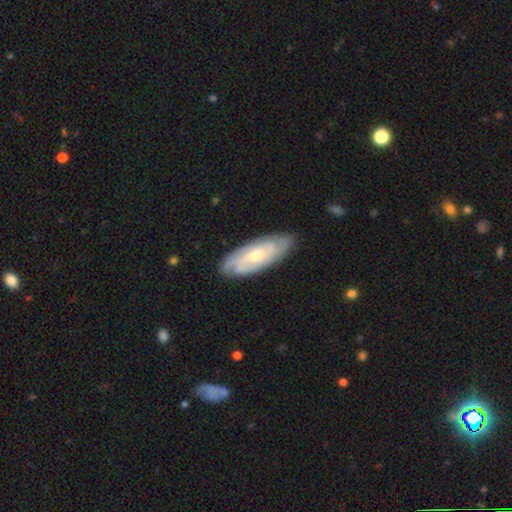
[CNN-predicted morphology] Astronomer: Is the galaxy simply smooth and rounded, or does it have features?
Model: featured or disk — 73%.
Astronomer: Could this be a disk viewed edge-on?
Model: no — 88%.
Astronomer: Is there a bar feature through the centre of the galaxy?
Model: no — 66%.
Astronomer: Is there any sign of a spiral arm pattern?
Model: yes — 91%.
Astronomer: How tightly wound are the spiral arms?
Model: tight — 66%.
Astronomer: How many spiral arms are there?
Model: can't tell — 45% (runner-up: 2, 21%).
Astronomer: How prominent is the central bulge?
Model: moderate — 52% (runner-up: small, 40%).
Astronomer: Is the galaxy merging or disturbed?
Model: none — 82%.